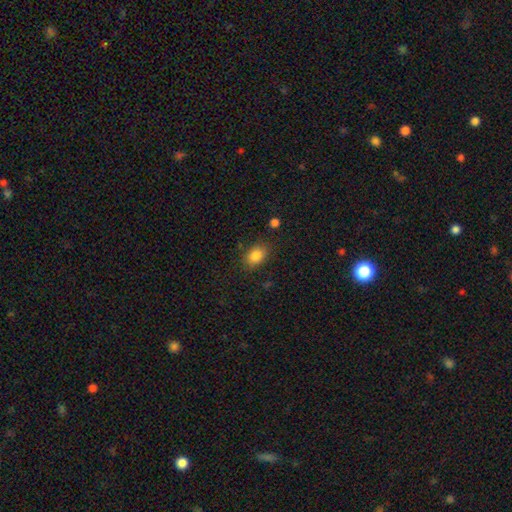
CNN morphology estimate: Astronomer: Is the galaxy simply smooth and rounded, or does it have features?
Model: smooth — 85%.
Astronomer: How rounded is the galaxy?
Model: in between — 78%.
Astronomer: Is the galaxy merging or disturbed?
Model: none — 81%.